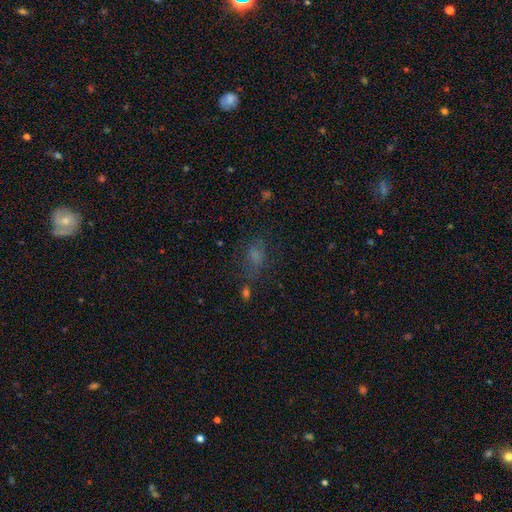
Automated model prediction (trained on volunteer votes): Q: Smooth or featured?
A: smooth (58%); runner-up: star or artifact (26%)
Q: How rounded?
A: in between (76%); runner-up: round (19%)
Q: Merging?
A: none (55%); runner-up: minor disturbance (21%)